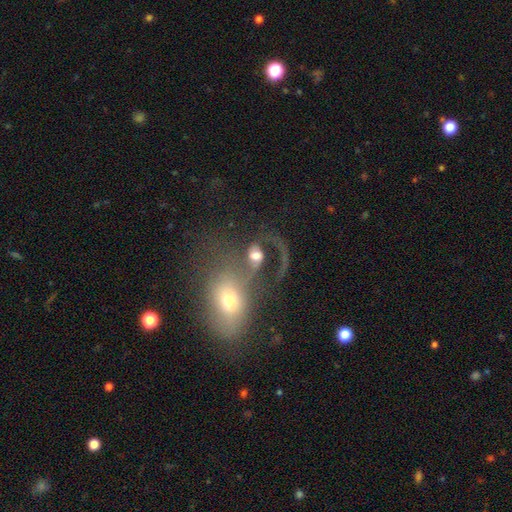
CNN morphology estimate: type=featured or disk (58%); edge-on=no (96%); bar=no (60%); spiral arms=yes (73%); bulge=moderate (54%); merging=merger (59%).